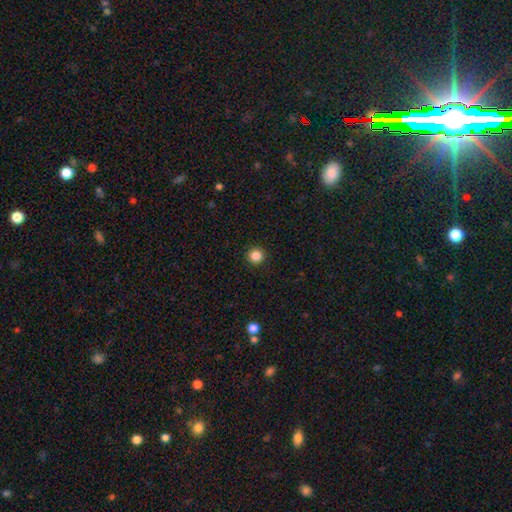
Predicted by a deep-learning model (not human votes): Overall: smooth (85%). How rounded: round (96%). Merging: none (93%).